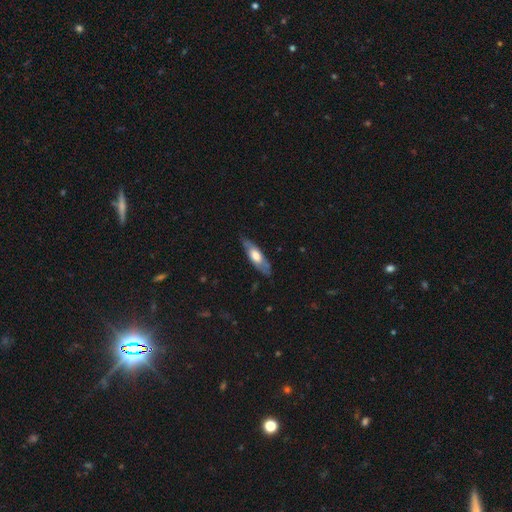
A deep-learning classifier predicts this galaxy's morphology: Smooth or featured: smooth — 48% (featured or disk — 46%)
Merging: none — 77% (minor disturbance — 18%)